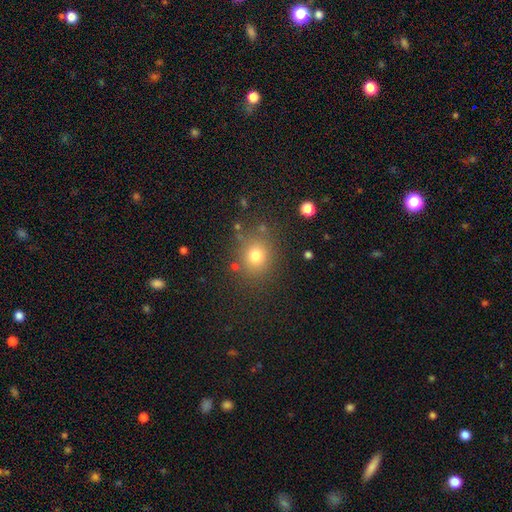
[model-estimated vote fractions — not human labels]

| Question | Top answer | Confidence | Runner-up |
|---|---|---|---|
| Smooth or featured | smooth | 76% | star or artifact (16%) |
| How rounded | round | 80% | in between (20%) |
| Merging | none | 81% | minor disturbance (11%) |